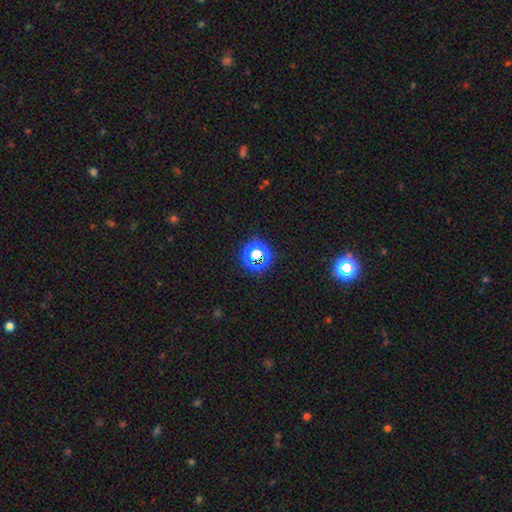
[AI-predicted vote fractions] Overall: star or artifact (65%).